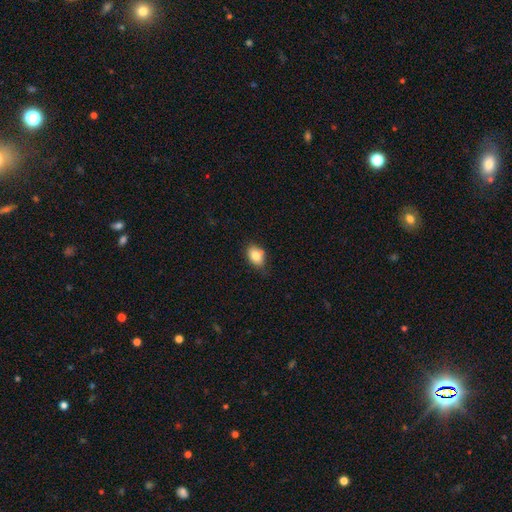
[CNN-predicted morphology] The model was most divided on "merging": none: 66%, minor disturbance: 23%, merger: 7%, major disturbance: 4%. More confident: smooth or featured — smooth (81%); how rounded — in between (79%).